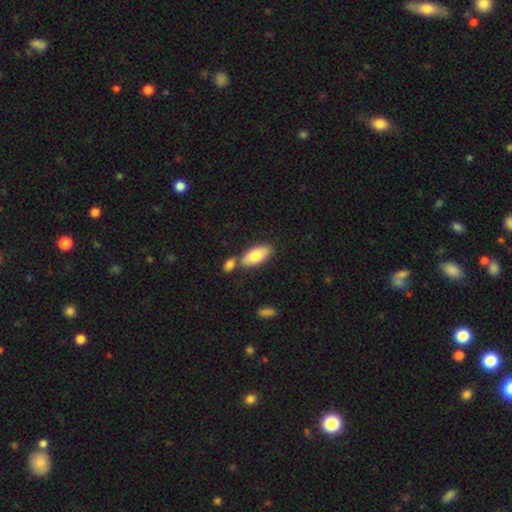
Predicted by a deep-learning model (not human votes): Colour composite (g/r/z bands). It shows a smooth galaxy with no disk features (75%) that is in between round and cigar-shaped (89%). Merging: none (60%).